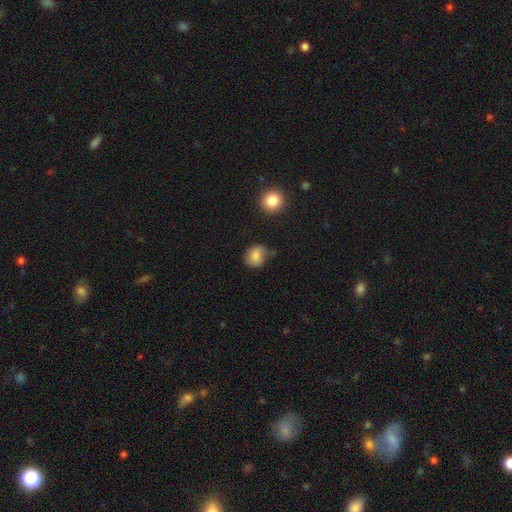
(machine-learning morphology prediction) A smooth galaxy with no disk features (80%) that is round (74%).

Vote fractions:
- Smooth or featured? smooth: 80% / featured or disk: 11% / star or artifact: 9%
- How rounded? round: 74% / in between: 25% / cigar-shaped: 1%
- Merging? none: 63% / minor disturbance: 26% / major disturbance: 7% / merger: 4%